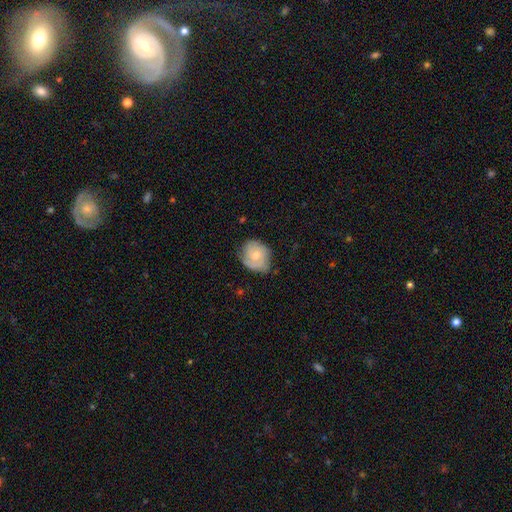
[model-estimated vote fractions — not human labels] A featured or disk galaxy (48%).

Vote fractions:
- Smooth or featured? featured or disk: 48% / smooth: 45% / star or artifact: 6%
- Merging? none: 60% / minor disturbance: 30% / major disturbance: 8% / merger: 2%